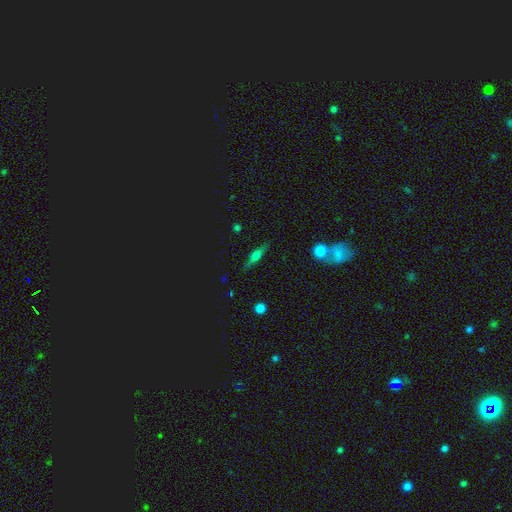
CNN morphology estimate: smooth-or-featured: featured or disk: 56% | smooth: 33% | star or artifact: 11%
  disk-edge-on: yes: 95% | no: 5%
    edge-on-bulge: rounded: 83% | boxy: 11% | none: 5%
  merging: none: 87% | minor disturbance: 10% | major disturbance: 2% | merger: 2%